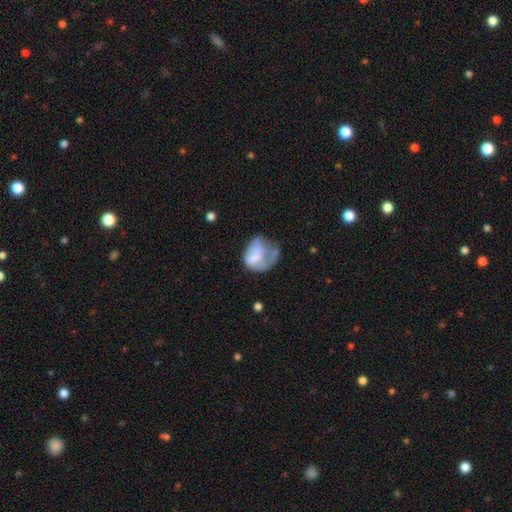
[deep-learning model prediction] smooth_or_featured: smooth (p=0.58) [alt: featured or disk p=0.34]
how_rounded: round (p=0.54) [alt: in between p=0.45]
merging: major disturbance (p=0.41) [alt: minor disturbance p=0.28]